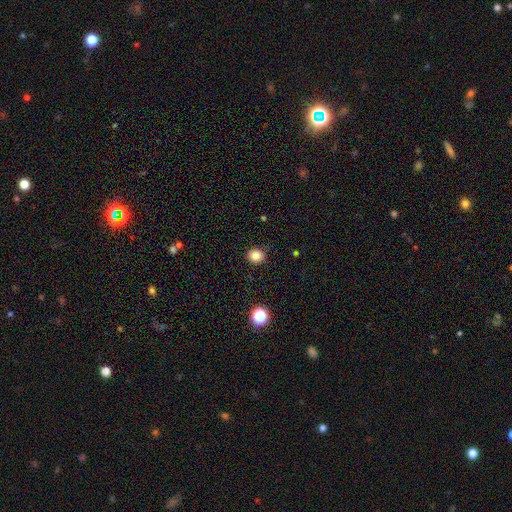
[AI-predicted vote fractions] This appears to be a smooth galaxy with no disk features (82%) that is round (72%). Merging: none (88%).